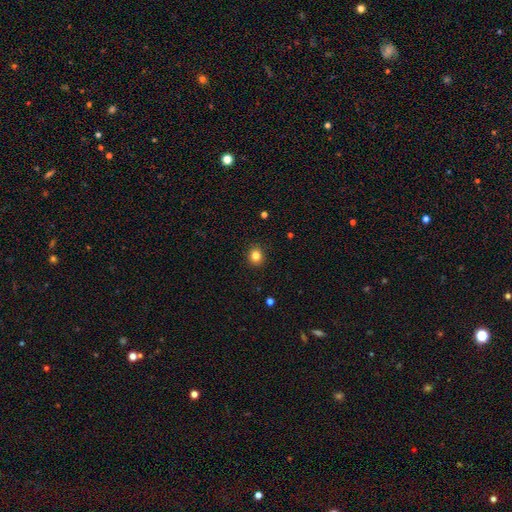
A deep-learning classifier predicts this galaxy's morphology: smooth_or_featured: smooth (p=0.83) [alt: star or artifact p=0.12]
how_rounded: round (p=0.81) [alt: in between p=0.18]
merging: none (p=0.92) [alt: minor disturbance p=0.06]